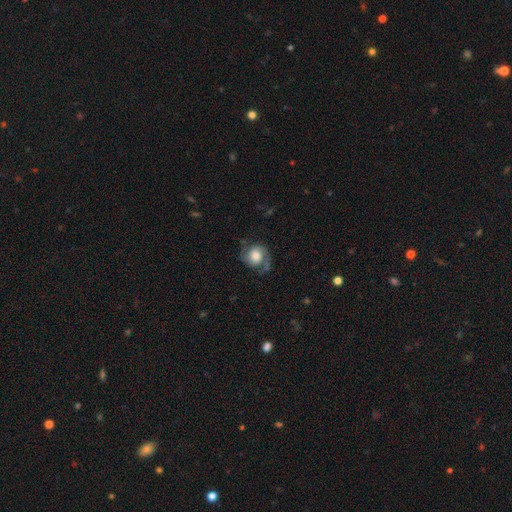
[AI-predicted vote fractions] Overall: featured or disk (59%; smooth 34%). Edge-on disk: no (98%). Bar: no (71%). Spiral arms: yes (89%). Spiral arm count: 2 (71%). Spiral winding: medium (43%; tight 30%). Bulge size: large (47%; moderate 29%). Merging: none (57%; minor disturbance 23%).